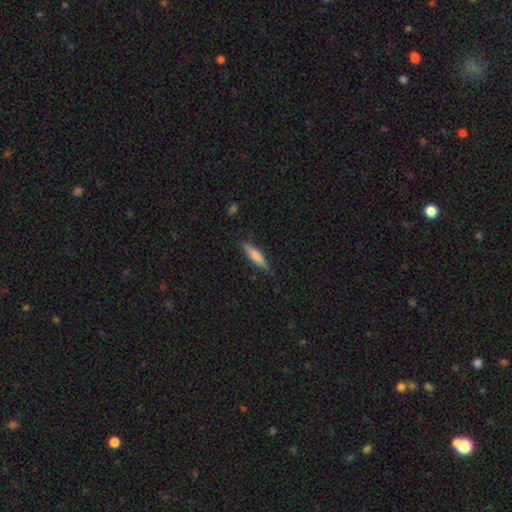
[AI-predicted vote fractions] Smooth or featured? Predicted: smooth (p=0.69). How rounded? Predicted: cigar-shaped (p=0.76). Merging? Predicted: none (p=0.77).